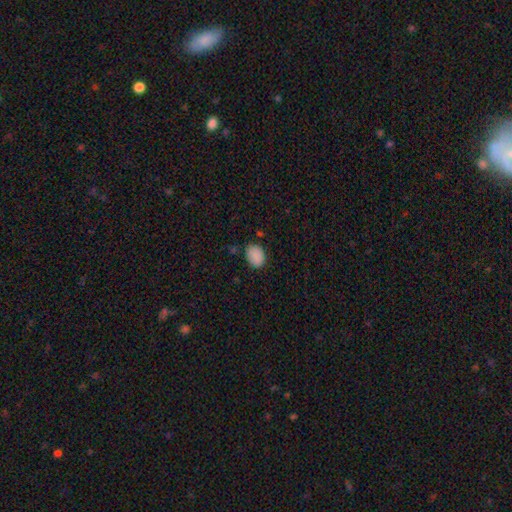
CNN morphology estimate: The model was most divided on "how rounded": in between: 64%, round: 35%, cigar-shaped: 1%. More confident: smooth or featured — smooth (88%); merging — none (79%).